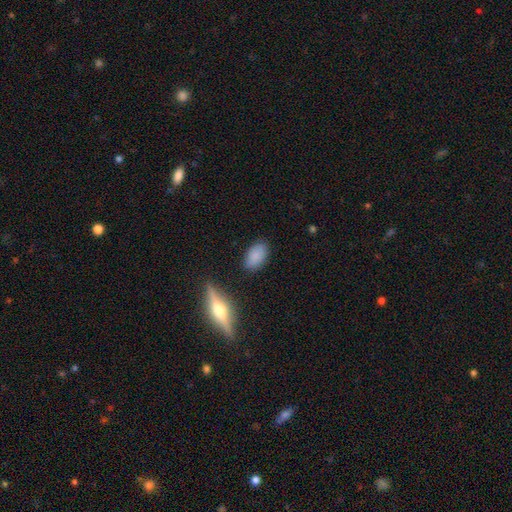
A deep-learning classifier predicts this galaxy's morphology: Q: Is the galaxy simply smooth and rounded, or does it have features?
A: smooth — 84%.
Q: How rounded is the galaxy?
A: in between — 92%.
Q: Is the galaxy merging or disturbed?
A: none — 82%.